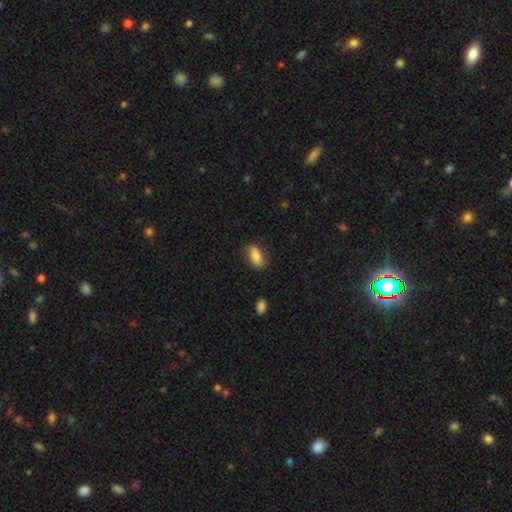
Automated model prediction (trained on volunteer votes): The model was most divided on "smooth or featured": smooth: 72%, featured or disk: 21%, star or artifact: 7%. More confident: how rounded — in between (84%); merging — none (73%).